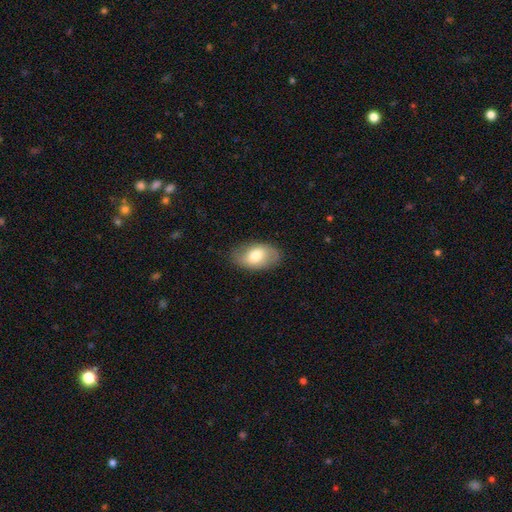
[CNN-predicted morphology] This appears to be a smooth galaxy with no disk features (67%) that is in between round and cigar-shaped (92%). Merging: none (81%).